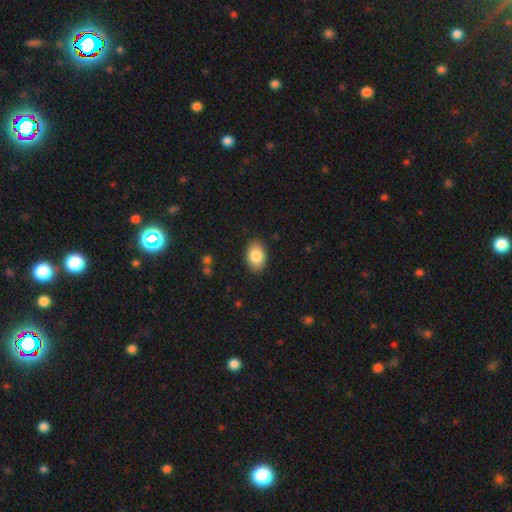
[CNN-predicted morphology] The model was most divided on "how rounded": in between: 86%, round: 13%, cigar-shaped: 1%. More confident: merging — none (87%); smooth or featured — smooth (85%).